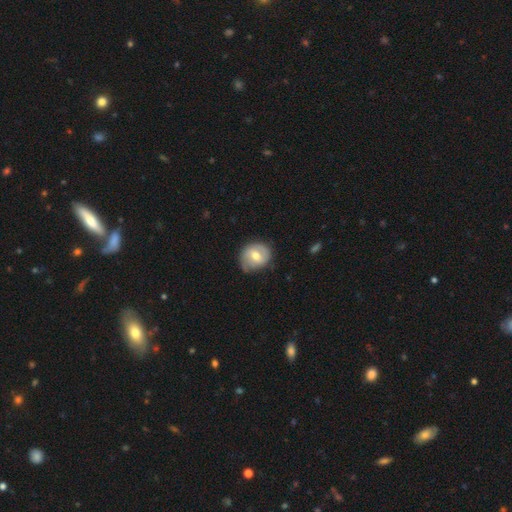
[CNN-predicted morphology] type=featured or disk (53%); edge-on=no (97%); bar=weak (52%); spiral arms=yes (72%); bulge=moderate (72%); merging=none (72%).